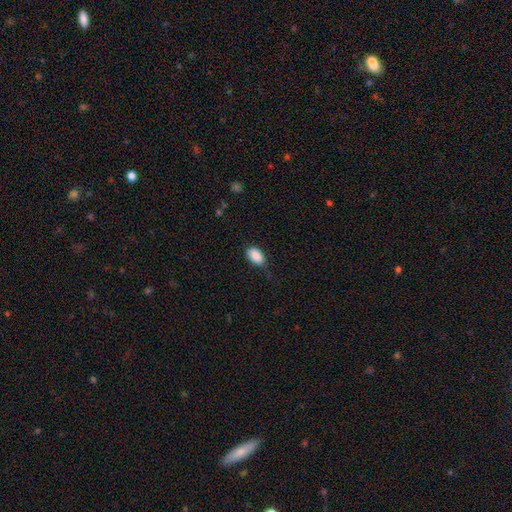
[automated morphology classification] This is clearly a smooth galaxy (89%). How rounded: clearly in between (92%). Merging: likely none (75%).